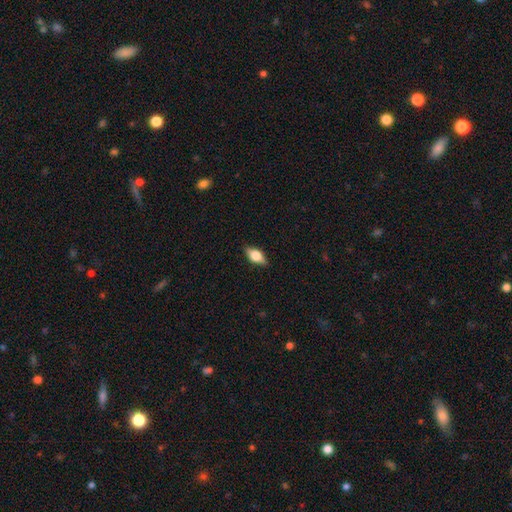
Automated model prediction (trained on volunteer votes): Smooth or featured? smooth (62%)
How rounded? in between (84%)
Merging? none (85%)